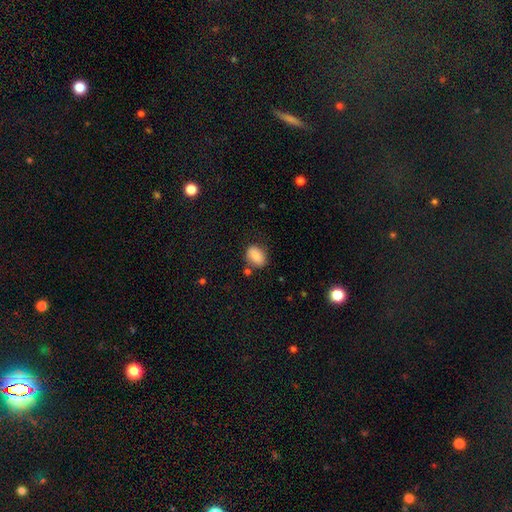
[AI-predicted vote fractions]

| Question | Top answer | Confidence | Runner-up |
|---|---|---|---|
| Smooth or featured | smooth | 79% | featured or disk (13%) |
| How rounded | in between | 69% | round (30%) |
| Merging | none | 73% | minor disturbance (17%) |